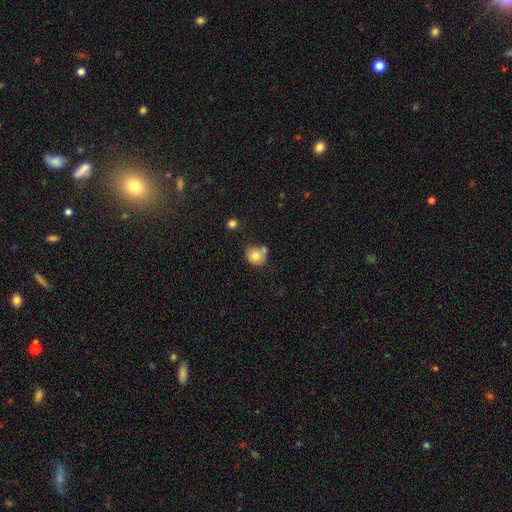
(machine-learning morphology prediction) This is likely a smooth galaxy (76%). How rounded: likely round (76%). Merging: possibly none (55%).